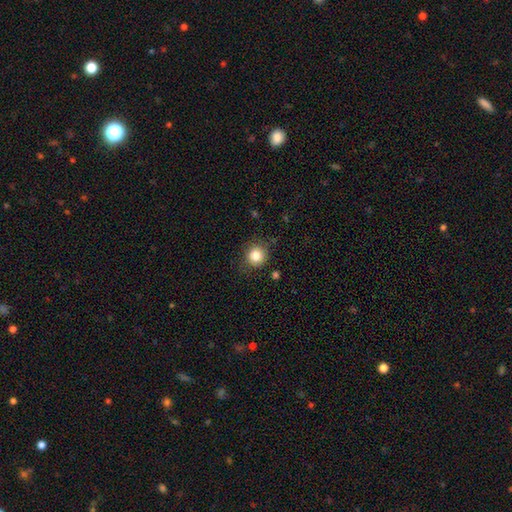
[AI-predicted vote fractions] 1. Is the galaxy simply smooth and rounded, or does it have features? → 83% smooth, 11% star or artifact, 6% featured or disk.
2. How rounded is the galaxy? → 91% round, 8% in between, 1% cigar-shaped.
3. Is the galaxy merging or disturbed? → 84% none, 11% minor disturbance, 3% major disturbance, 2% merger.